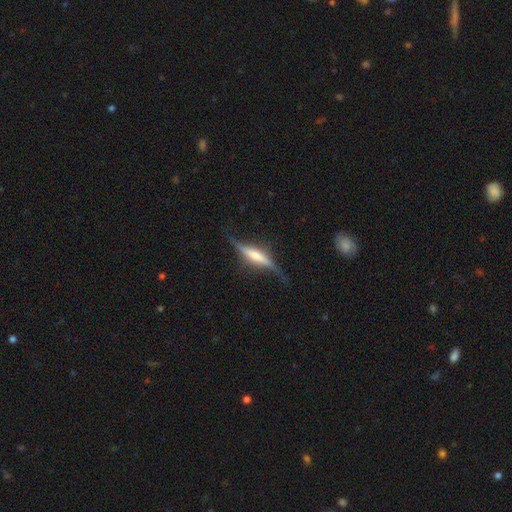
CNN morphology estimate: smooth_or_featured: featured or disk (p=0.71) [alt: smooth p=0.23]
disk_edge_on: yes (p=0.84) [alt: no p=0.16]
edge_on_bulge: rounded (p=0.46) [alt: boxy p=0.34]
merging: none (p=0.63) [alt: minor disturbance p=0.23]